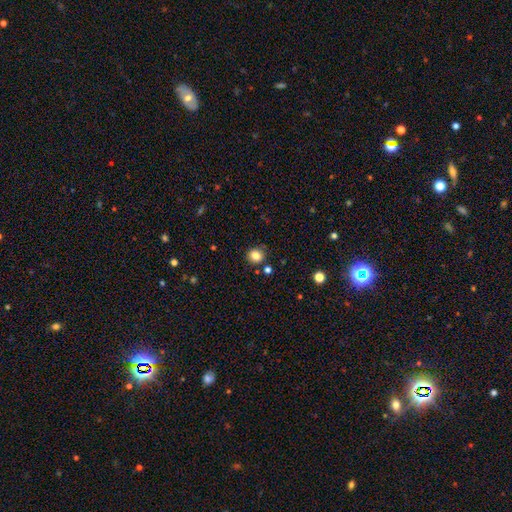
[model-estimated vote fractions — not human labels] This appears to be a smooth galaxy with no disk features (82%) that is round (89%). Merging: none (87%).